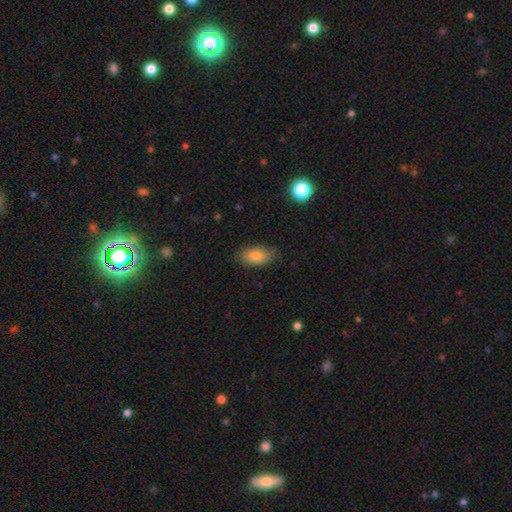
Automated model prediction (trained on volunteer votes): Smooth or featured? smooth (82%)
How rounded? in between (91%)
Merging? none (81%)